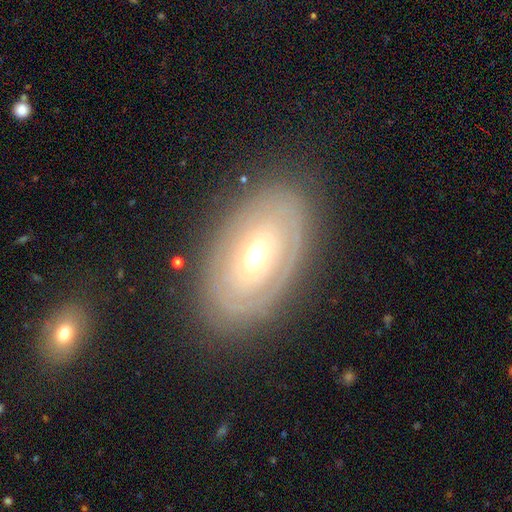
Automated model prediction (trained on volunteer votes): Smooth or featured? Predicted: featured or disk (p=0.65). Edge-on disk? Predicted: no (p=0.92). Bar? Predicted: no (p=0.80). Spiral arms? Predicted: no (p=0.58). Bulge size? Predicted: moderate (p=0.50). Merging? Predicted: none (p=0.82).